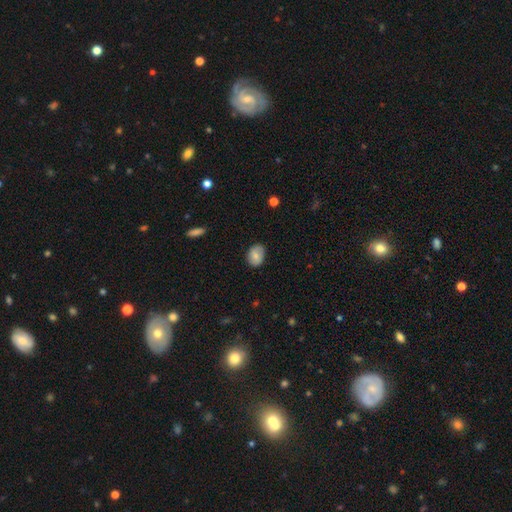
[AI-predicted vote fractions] smooth_or_featured: smooth (p=0.74) [alt: featured or disk p=0.19]
how_rounded: in between (p=0.75) [alt: round p=0.24]
merging: none (p=0.79) [alt: minor disturbance p=0.17]